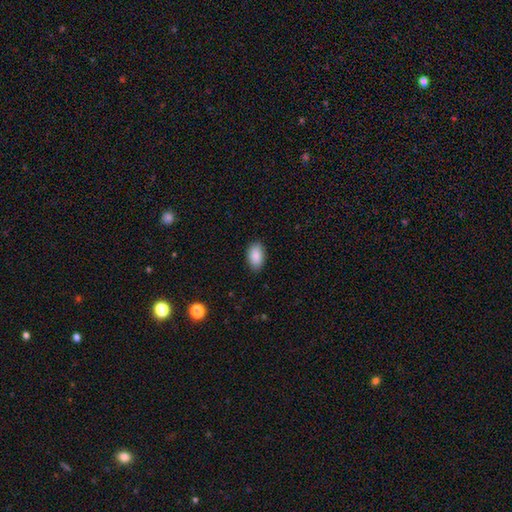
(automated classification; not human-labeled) A smooth galaxy with no disk features (89%) that is in between round and cigar-shaped (93%). Merging: none (87%).